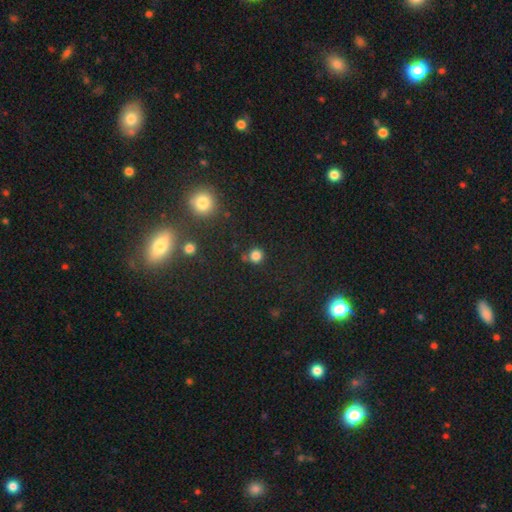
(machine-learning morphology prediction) Q: Smooth or featured?
A: smooth (81%); runner-up: star or artifact (15%)
Q: How rounded?
A: round (91%); runner-up: in between (8%)
Q: Merging?
A: none (78%); runner-up: minor disturbance (11%)